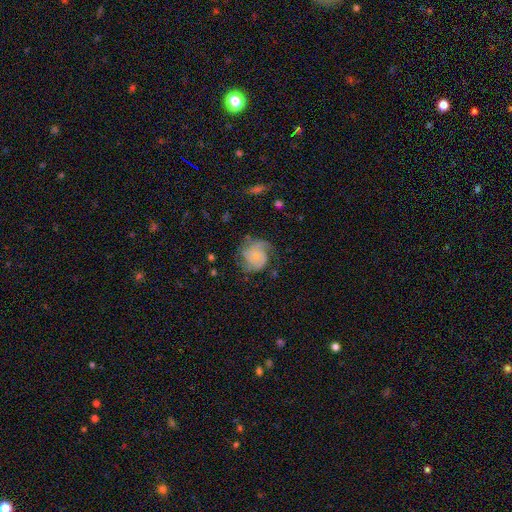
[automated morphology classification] Q: Smooth or featured?
A: featured or disk (76%); runner-up: smooth (17%)
Q: Edge-on disk?
A: no (98%); runner-up: yes (2%)
Q: Bar?
A: no (73%); runner-up: weak (24%)
Q: Spiral arms?
A: yes (94%); runner-up: no (6%)
Q: Spiral winding?
A: tight (46%); runner-up: medium (40%)
Q: Spiral arm count?
A: 2 (33%); runner-up: 3 (27%)
Q: Bulge size?
A: small (71%); runner-up: moderate (18%)
Q: Merging?
A: none (61%); runner-up: minor disturbance (23%)